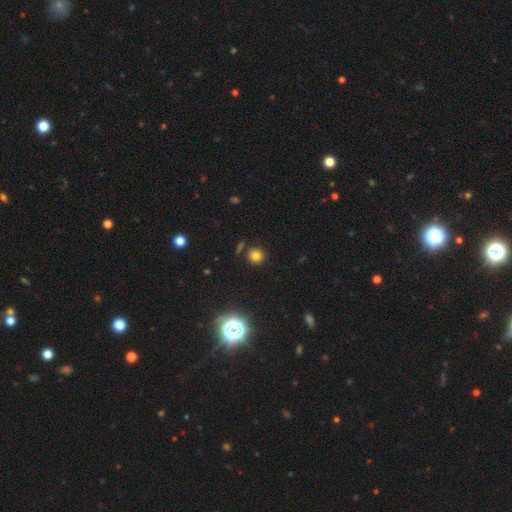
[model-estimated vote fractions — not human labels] smooth 77%, star or artifact 17%, featured or disk 6%. Down the decision tree: how rounded — round (92%); merging — none (85%).